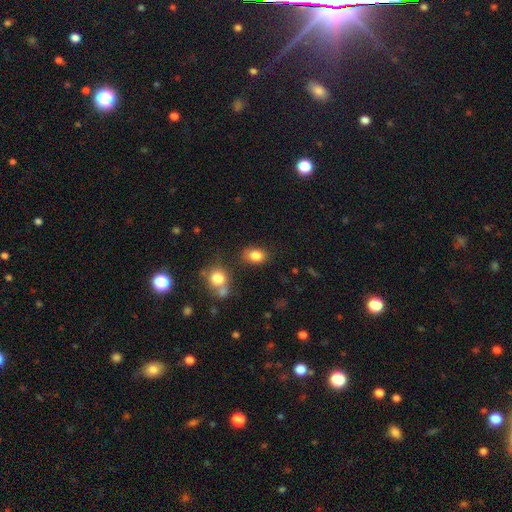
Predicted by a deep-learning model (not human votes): Q: Smooth or featured?
A: smooth (84%); runner-up: star or artifact (10%)
Q: How rounded?
A: in between (69%); runner-up: round (30%)
Q: Merging?
A: none (75%); runner-up: minor disturbance (15%)